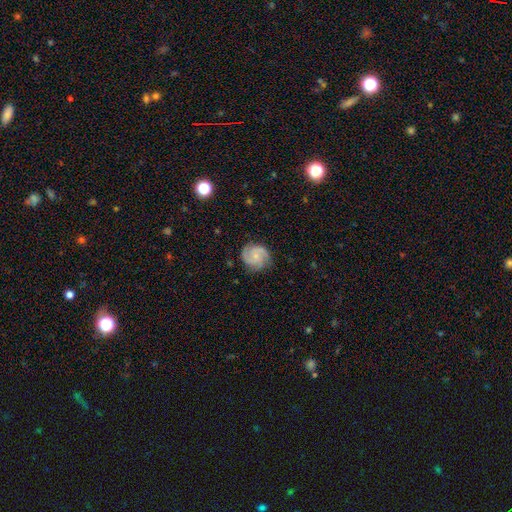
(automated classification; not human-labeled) smooth-or-featured: featured or disk: 79% | smooth: 15% | star or artifact: 6%
  disk-edge-on: no: 98% | yes: 2%
    bar: no: 70% | weak: 26% | strong: 4%
    has-spiral-arms: yes: 97% | no: 3%
      spiral-winding: medium: 45% | tight: 44% | loose: 11%
      spiral-arm-count: 3: 43% | 2: 35% | can't tell: 10% | 4: 5% | 1: 4% | more than 4: 4%
    bulge-size: small: 70% | moderate: 19% | none: 9% | large: 1% | dominant: 1%
  merging: none: 80% | minor disturbance: 14% | major disturbance: 4% | merger: 1%